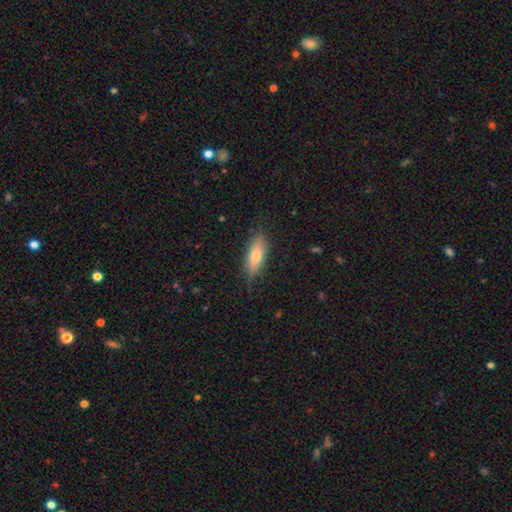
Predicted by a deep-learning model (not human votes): This appears to be a smooth galaxy with no disk features (64%) that is in between round and cigar-shaped (53%). Merging: none (79%).